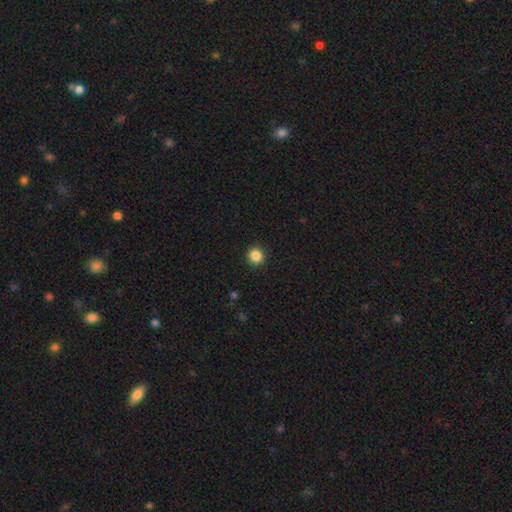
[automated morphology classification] The model was most divided on "smooth or featured": smooth: 86%, star or artifact: 11%, featured or disk: 3%. More confident: how rounded — round (94%); merging — none (92%).